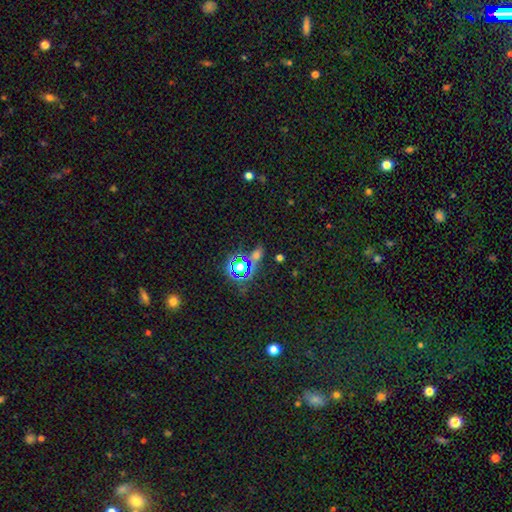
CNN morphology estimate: A star or artifact, not a galaxy (52%).

Vote fractions:
- Smooth or featured? star or artifact: 52% / smooth: 38% / featured or disk: 10%